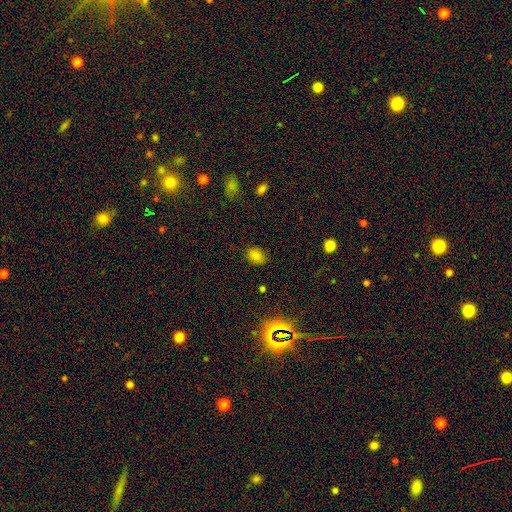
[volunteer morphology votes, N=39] A smooth galaxy with no disk features (87%) that is round (59%). Merging: none (77%).